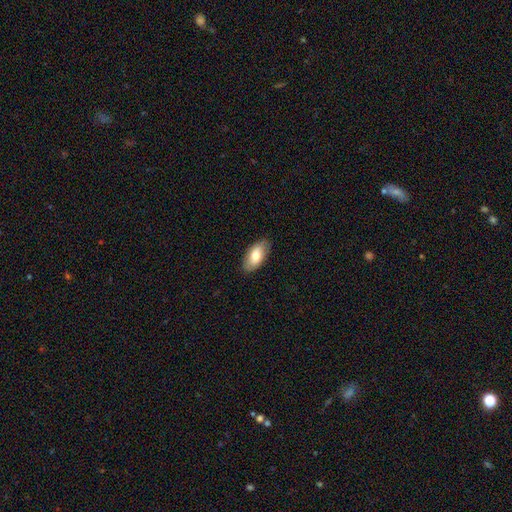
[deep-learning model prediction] Q: Smooth or featured?
A: smooth (75%); runner-up: featured or disk (19%)
Q: How rounded?
A: in between (93%); runner-up: cigar-shaped (5%)
Q: Merging?
A: none (87%); runner-up: minor disturbance (10%)